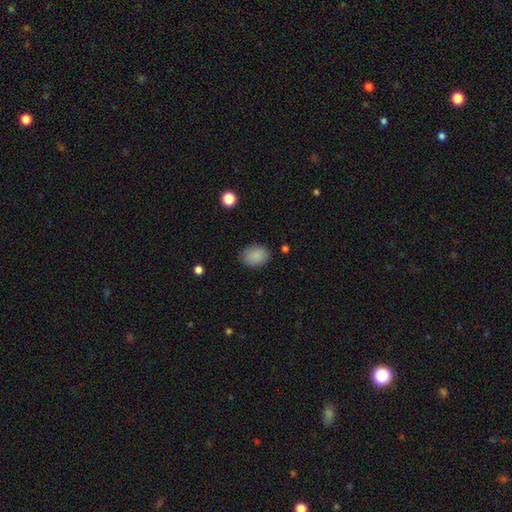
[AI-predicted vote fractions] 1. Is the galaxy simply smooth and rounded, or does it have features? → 88% smooth, 8% star or artifact, 4% featured or disk.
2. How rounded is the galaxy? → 62% in between, 37% round, 1% cigar-shaped.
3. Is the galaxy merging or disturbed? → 85% none, 10% minor disturbance, 3% major disturbance, 1% merger.